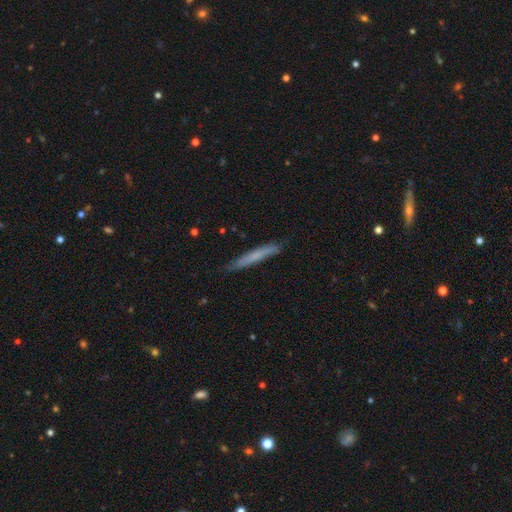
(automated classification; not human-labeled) smooth 61%, featured or disk 33%, star or artifact 6%. Down the decision tree: how rounded — cigar-shaped (96%); merging — none (85%).